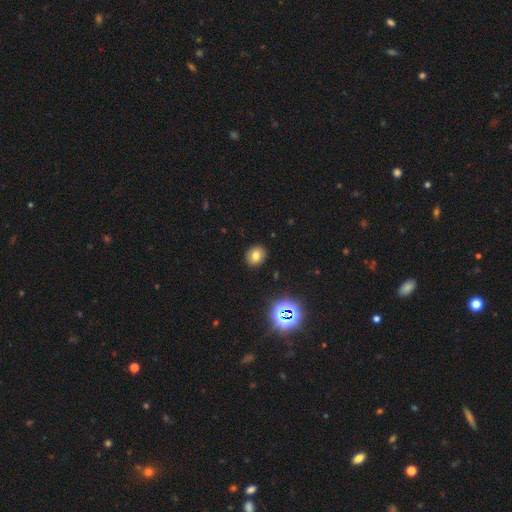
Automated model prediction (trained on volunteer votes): smooth-or-featured: smooth: 74% | star or artifact: 17% | featured or disk: 9%
  how-rounded: round: 69% | in between: 30% | cigar-shaped: 1%
  merging: none: 90% | minor disturbance: 7% | major disturbance: 2% | merger: 1%